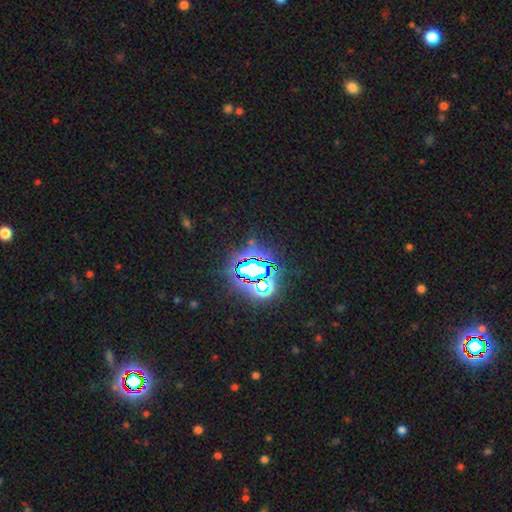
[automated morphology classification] Smooth or featured: star or artifact — 83% (smooth — 10%)